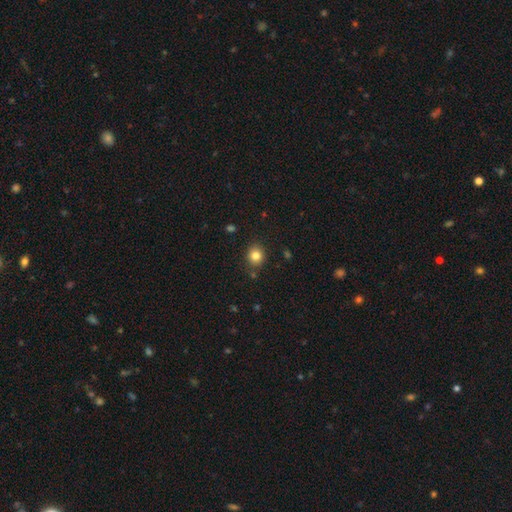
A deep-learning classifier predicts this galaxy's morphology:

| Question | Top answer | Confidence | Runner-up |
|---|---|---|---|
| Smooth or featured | smooth | 82% | star or artifact (11%) |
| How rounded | round | 78% | in between (21%) |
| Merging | none | 85% | minor disturbance (10%) |